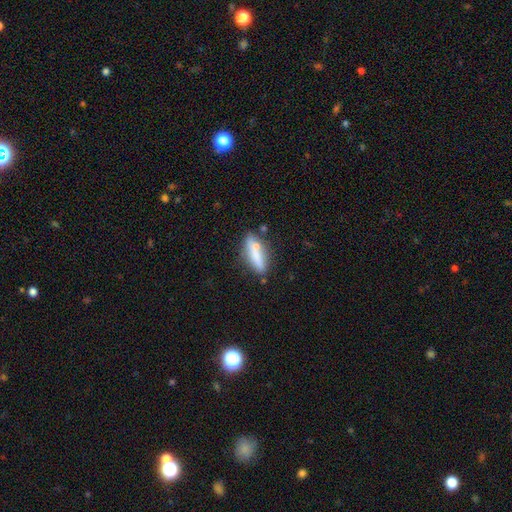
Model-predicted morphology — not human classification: Smooth or featured: smooth — 65% (featured or disk — 28%)
How rounded: cigar-shaped — 59% (in between — 38%)
Merging: none — 67% (minor disturbance — 17%)